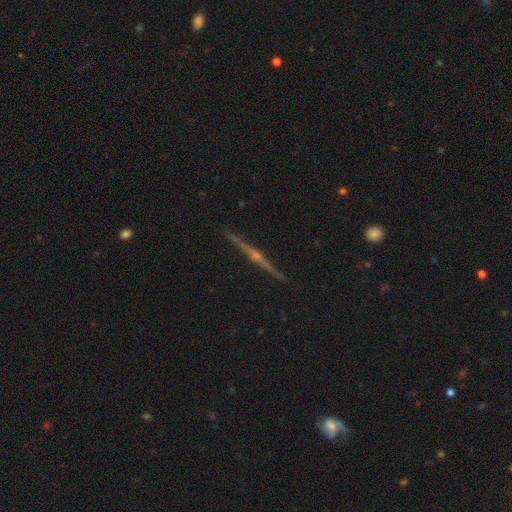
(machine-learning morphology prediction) This appears to be a featured or disk galaxy (87%) viewed edge-on (98%) with a rounded central bulge (86%). Merging: none (92%).